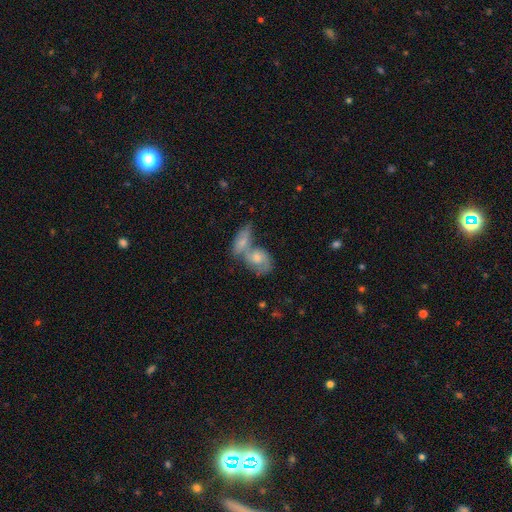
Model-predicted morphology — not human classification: The model was most divided on "smooth or featured": smooth: 47%, featured or disk: 43%, star or artifact: 10%. More confident: merging — merger (65%).